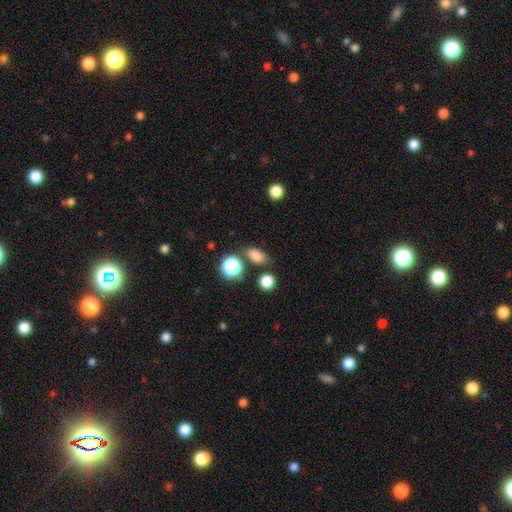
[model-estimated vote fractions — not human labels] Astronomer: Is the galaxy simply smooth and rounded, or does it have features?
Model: smooth — 79%.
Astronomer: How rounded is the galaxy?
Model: in between — 77%.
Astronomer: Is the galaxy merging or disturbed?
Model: none — 74%.